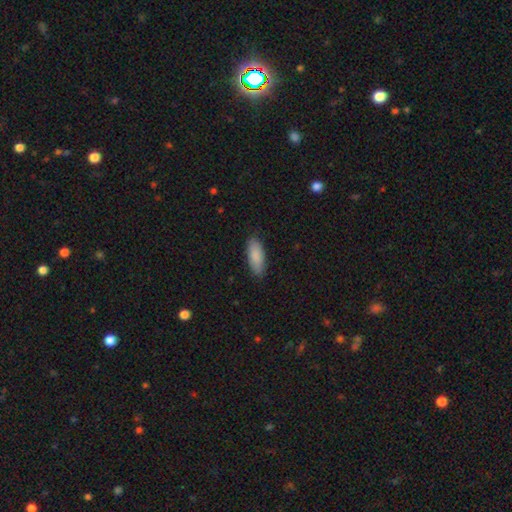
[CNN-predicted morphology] A smooth galaxy with no disk features (88%) that is in between round and cigar-shaped (74%).

Vote fractions:
- Smooth or featured? smooth: 88% / featured or disk: 7% / star or artifact: 5%
- How rounded? in between: 74% / cigar-shaped: 24% / round: 2%
- Merging? none: 86% / minor disturbance: 11% / major disturbance: 2% / merger: 1%